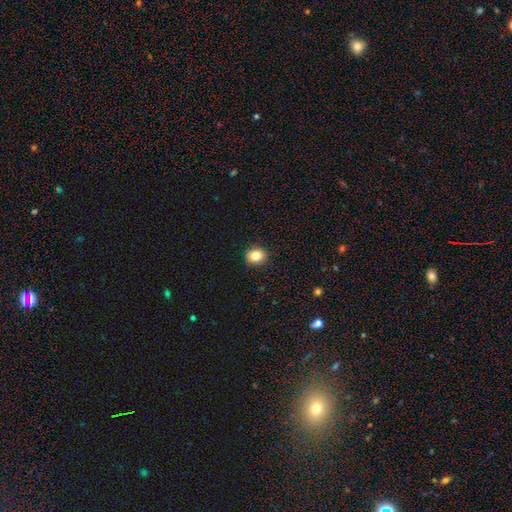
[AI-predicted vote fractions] A smooth galaxy with no disk features (82%) that is round (72%). Merging: none (90%).